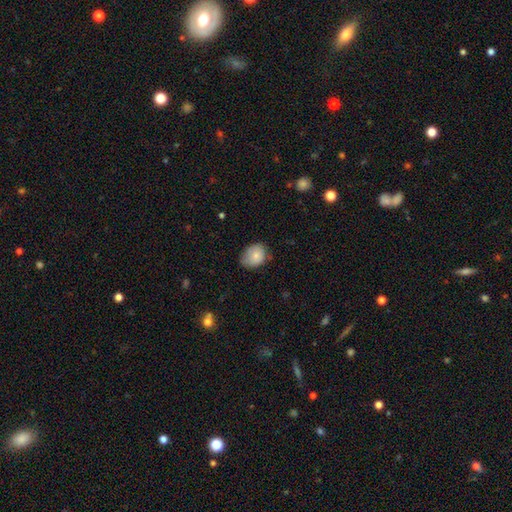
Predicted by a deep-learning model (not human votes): This appears to be a smooth galaxy with no disk features (81%) that is in between round and cigar-shaped (62%). Merging: none (62%).